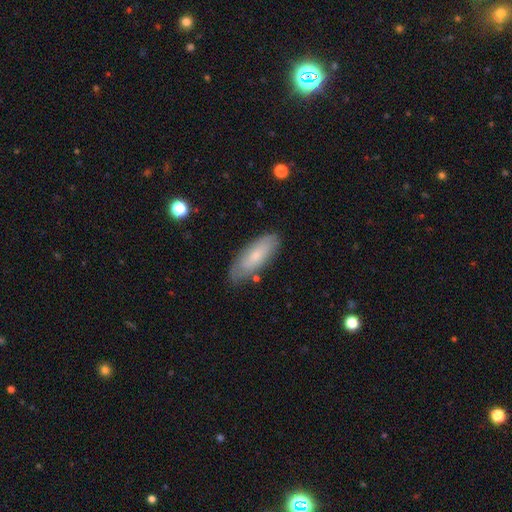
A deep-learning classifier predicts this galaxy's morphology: This is likely a smooth galaxy (66%). How rounded: likely in between (70%). Merging: likely none (78%).